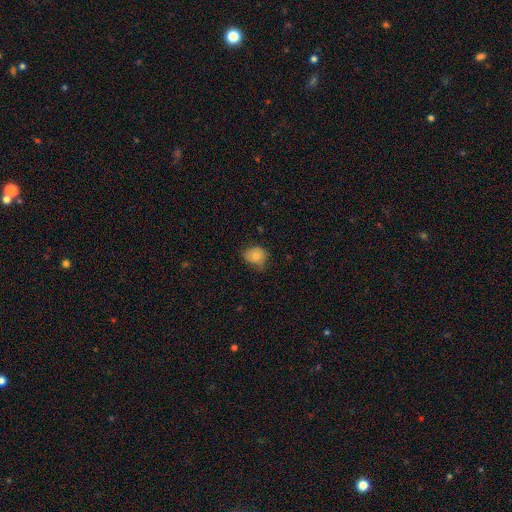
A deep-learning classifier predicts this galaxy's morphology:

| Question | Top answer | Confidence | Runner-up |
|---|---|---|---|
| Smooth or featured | smooth | 80% | featured or disk (11%) |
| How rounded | round | 61% | in between (38%) |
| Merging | none | 51% | minor disturbance (36%) |